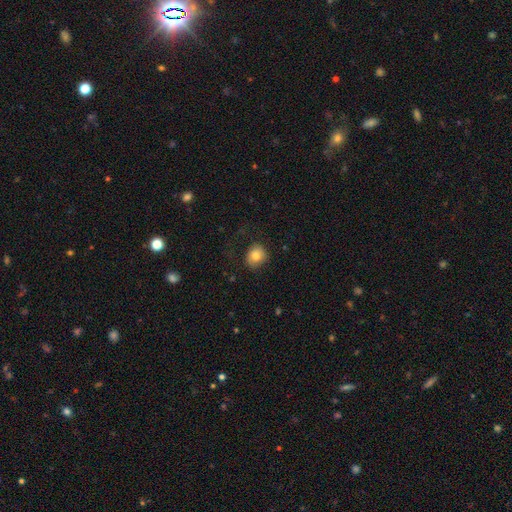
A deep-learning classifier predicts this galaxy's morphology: type=smooth (79%); roundness=round (77%); merging=none (72%).